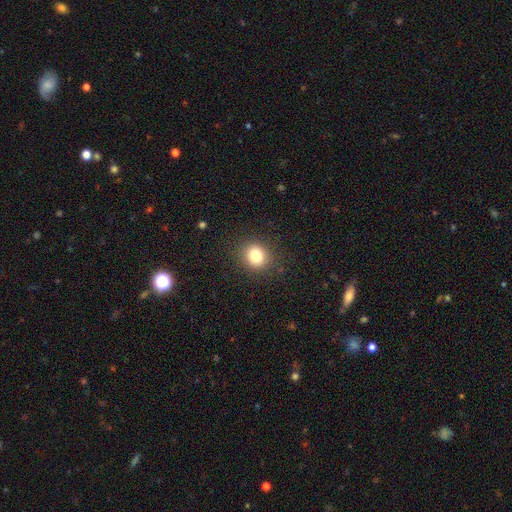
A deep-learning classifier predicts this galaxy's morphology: smooth_or_featured: smooth (p=0.82) [alt: star or artifact p=0.12]
how_rounded: round (p=0.80) [alt: in between p=0.19]
merging: none (p=0.88) [alt: minor disturbance p=0.08]